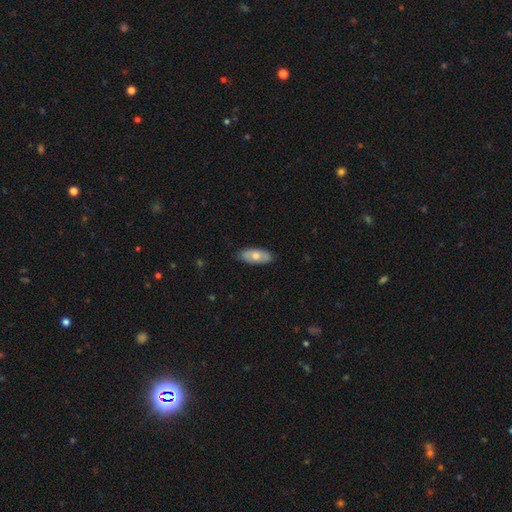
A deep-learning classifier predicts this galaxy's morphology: A smooth galaxy with no disk features (64%) that is in between round and cigar-shaped (88%).

Vote fractions:
- Smooth or featured? smooth: 64% / featured or disk: 30% / star or artifact: 6%
- How rounded? in between: 88% / cigar-shaped: 9% / round: 3%
- Merging? none: 83% / minor disturbance: 13% / major disturbance: 2% / merger: 1%